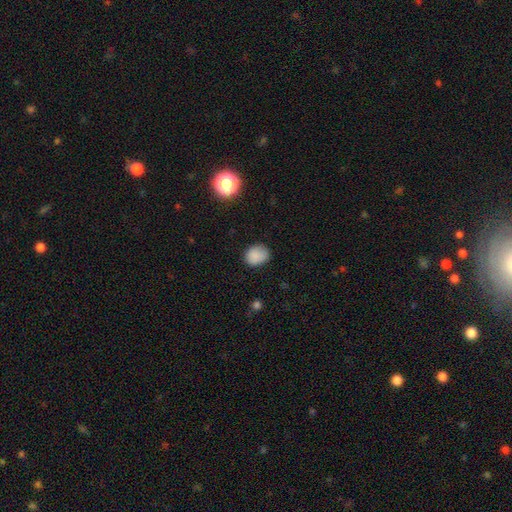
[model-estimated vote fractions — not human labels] Smooth or featured? Predicted: smooth (p=0.85). How rounded? Predicted: round (p=0.56). Merging? Predicted: none (p=0.80).